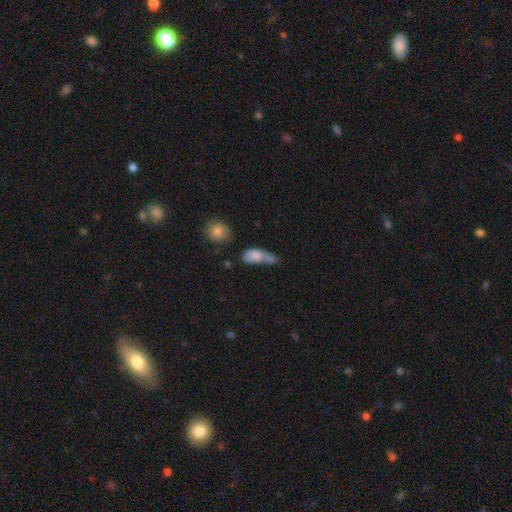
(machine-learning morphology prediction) Q: Smooth or featured?
A: smooth (77%); runner-up: featured or disk (15%)
Q: How rounded?
A: in between (80%); runner-up: cigar-shaped (10%)
Q: Merging?
A: merger (34%); runner-up: none (23%)